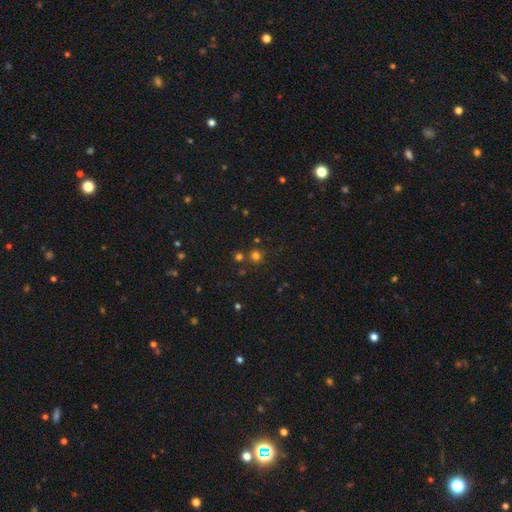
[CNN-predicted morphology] Smooth or featured: smooth — 70% (star or artifact — 24%)
How rounded: round — 92% (in between — 7%)
Merging: none — 77% (merger — 13%)